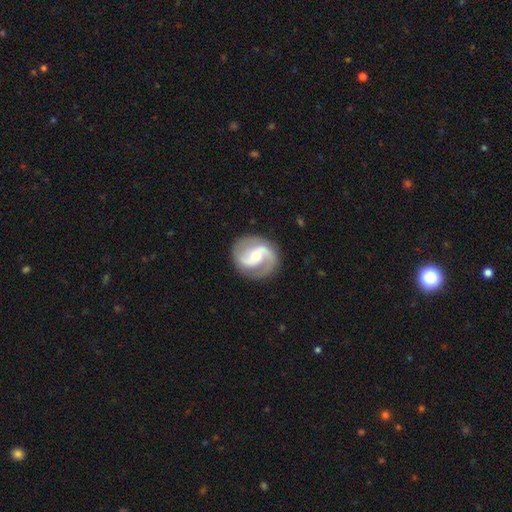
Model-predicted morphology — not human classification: This is clearly a featured or disk galaxy (89%). It is clearly not viewed edge-on (98%). Bar: marginally weak (43%). Spiral arm pattern: clearly yes (97%). Spiral arm count: clearly 2 (91%). Spiral winding: possibly medium (56%). Central bulge: possibly moderate (51%). Merging: clearly none (85%).